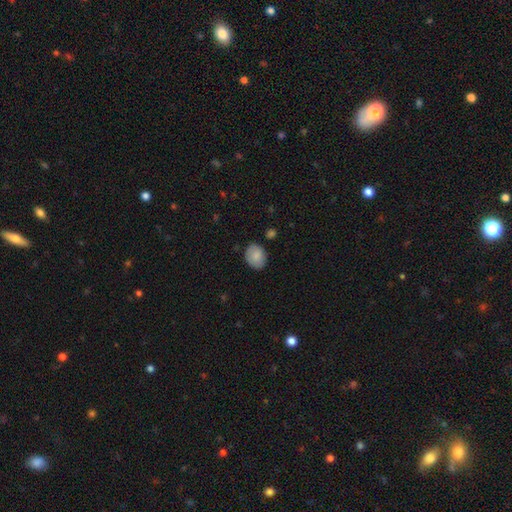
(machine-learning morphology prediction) smooth_or_featured: smooth (p=0.84) [alt: featured or disk p=0.10]
how_rounded: in between (p=0.57) [alt: round p=0.42]
merging: none (p=0.79) [alt: minor disturbance p=0.16]